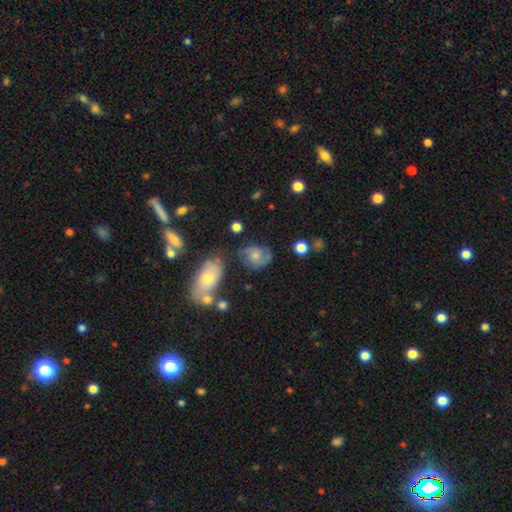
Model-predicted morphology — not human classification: A featured or disk galaxy (62%) with no bar (66%), 2 (80%) medium (50%) spiral arms (90%) and a moderate central bulge (46%).

Vote fractions:
- Smooth or featured? featured or disk: 62% / smooth: 29% / star or artifact: 9%
- Edge-on disk? no: 97% / yes: 3%
- Bar? no: 66% / weak: 30% / strong: 4%
- Spiral arms? yes: 90% / no: 10%
- Spiral winding? medium: 50% / loose: 26% / tight: 24%
- Spiral arm count? 2: 80% / can't tell: 10% / 3: 4% / 1: 4% / 4: 1% / more than 4: 1%
- Bulge size? moderate: 46% / small: 40% / none: 8% / large: 5% / dominant: 1%
- Merging? none: 60% / minor disturbance: 23% / major disturbance: 11% / merger: 7%